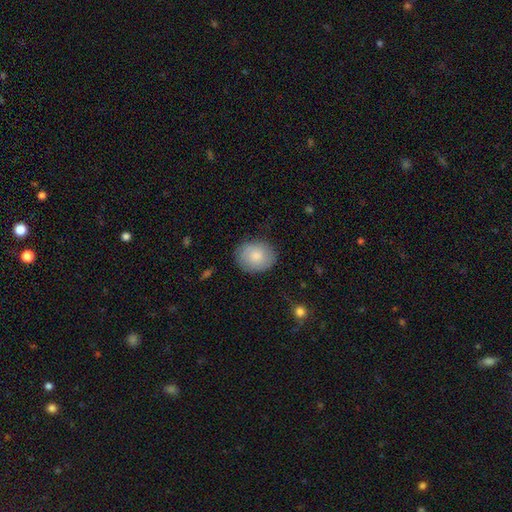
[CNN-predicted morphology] This is likely a smooth galaxy (80%). How rounded: possibly round (55%). Merging: clearly none (83%).